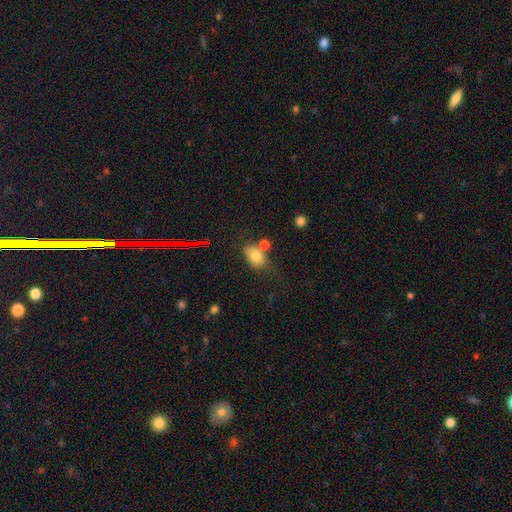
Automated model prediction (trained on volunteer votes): A smooth galaxy with no disk features (77%) that is in between round and cigar-shaped (78%).

Vote fractions:
- Smooth or featured? smooth: 77% / featured or disk: 12% / star or artifact: 11%
- How rounded? in between: 78% / round: 20% / cigar-shaped: 2%
- Merging? none: 54% / merger: 22% / minor disturbance: 18% / major disturbance: 6%